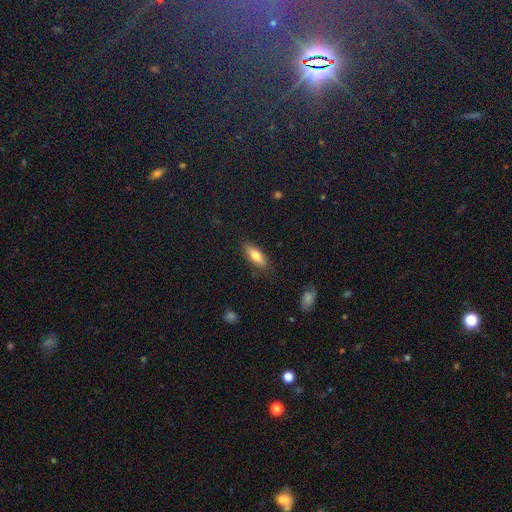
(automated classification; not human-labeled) The model was most divided on "how rounded": in between: 69%, cigar-shaped: 28%, round: 2%. More confident: merging — none (84%); smooth or featured — smooth (74%).